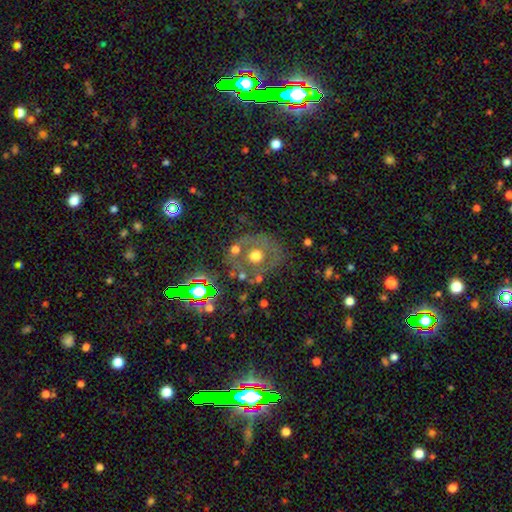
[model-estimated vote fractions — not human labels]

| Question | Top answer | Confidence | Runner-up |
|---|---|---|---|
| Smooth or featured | smooth | 47% | featured or disk (38%) |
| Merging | none | 69% | minor disturbance (14%) |